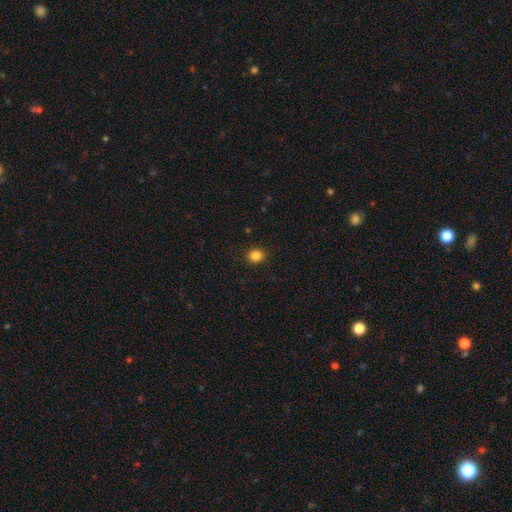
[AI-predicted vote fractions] Overall: smooth (85%). How rounded: round (76%). Merging: none (91%).